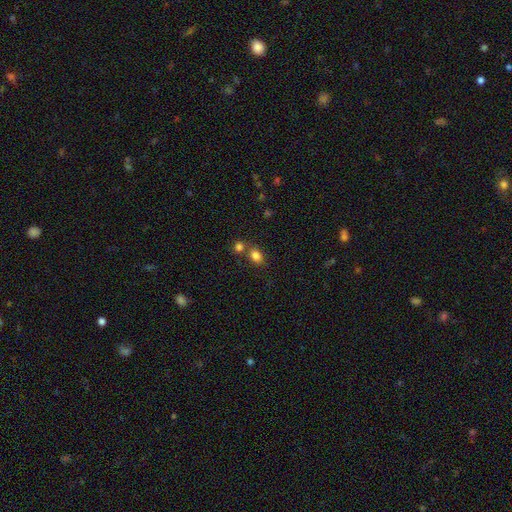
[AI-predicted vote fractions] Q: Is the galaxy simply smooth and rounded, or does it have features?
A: smooth — 82%.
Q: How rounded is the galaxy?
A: in between — 59%.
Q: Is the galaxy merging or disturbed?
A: none — 59%.